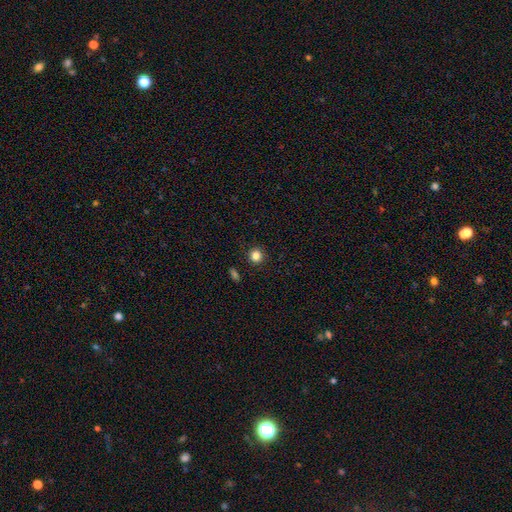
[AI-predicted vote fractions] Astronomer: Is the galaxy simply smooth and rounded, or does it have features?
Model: smooth — 84%.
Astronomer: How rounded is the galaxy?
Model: round — 91%.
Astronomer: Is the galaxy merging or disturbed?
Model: none — 91%.